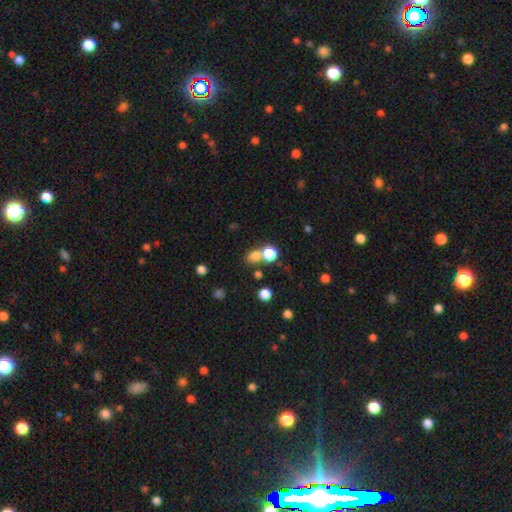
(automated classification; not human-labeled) smooth_or_featured: smooth (p=0.74) [alt: star or artifact p=0.18]
how_rounded: round (p=0.61) [alt: in between p=0.38]
merging: none (p=0.54) [alt: merger p=0.33]